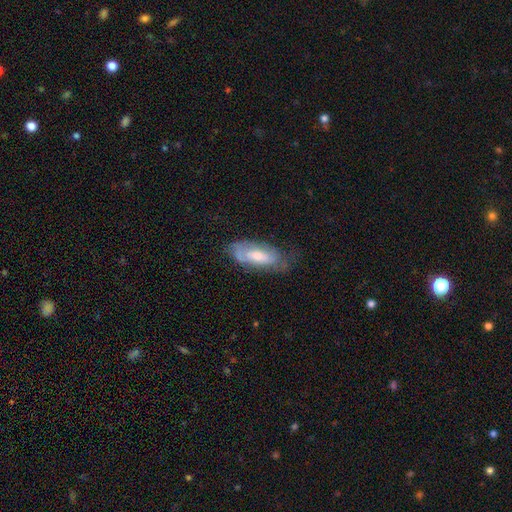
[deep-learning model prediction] featured or disk 50%, smooth 43%, star or artifact 7%. Down the decision tree: edge-on disk — no (83%); merging — none (55%).